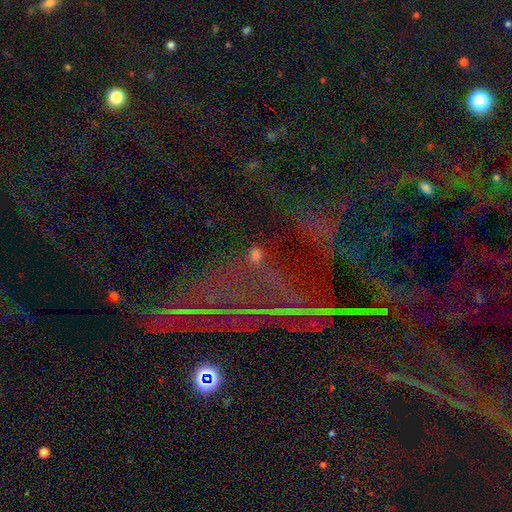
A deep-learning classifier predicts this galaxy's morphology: The model was most divided on "smooth or featured": star or artifact: 64%, smooth: 24%, featured or disk: 12%.